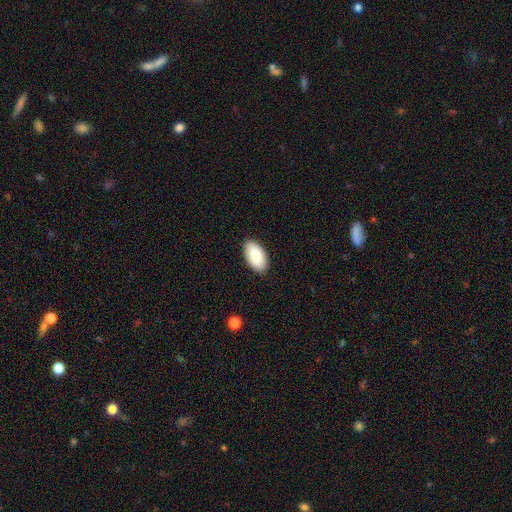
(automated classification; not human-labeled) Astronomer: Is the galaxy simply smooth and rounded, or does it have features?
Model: smooth — 87%.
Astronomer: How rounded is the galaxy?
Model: in between — 96%.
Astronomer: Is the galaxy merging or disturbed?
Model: none — 89%.